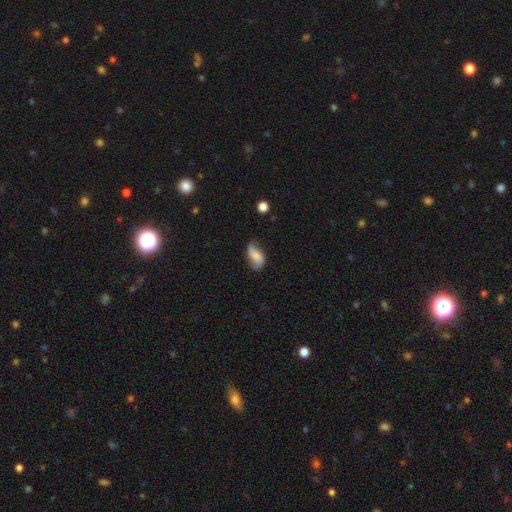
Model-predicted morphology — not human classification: This is possibly a smooth galaxy (60%). How rounded: clearly in between (88%). Merging: possibly none (52%).